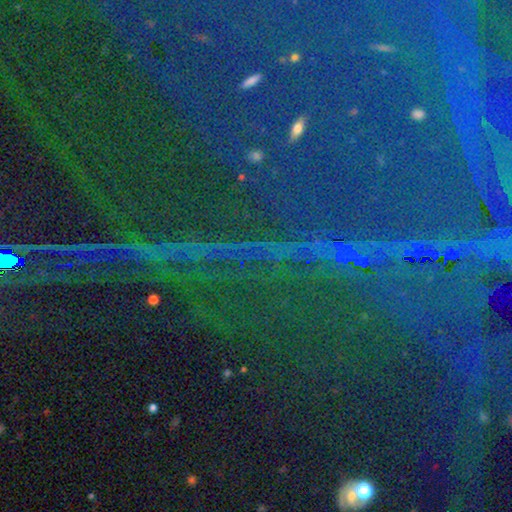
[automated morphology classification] star or artifact 87%, featured or disk 7%, smooth 6%.